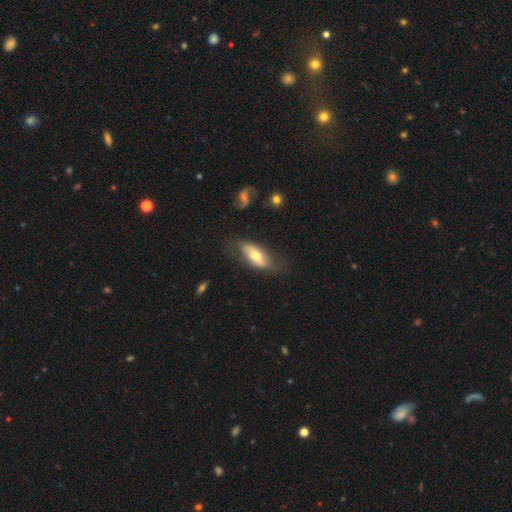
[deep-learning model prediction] Morphology: type=smooth (52%); roundness=in between (76%); merging=none (66%).